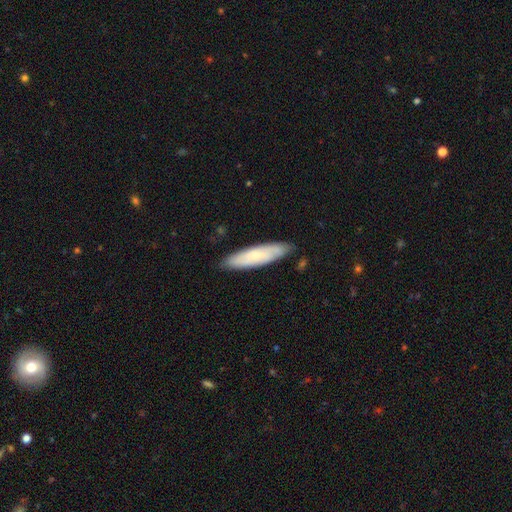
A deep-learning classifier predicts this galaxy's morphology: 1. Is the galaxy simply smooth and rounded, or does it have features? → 65% smooth, 29% featured or disk, 6% star or artifact.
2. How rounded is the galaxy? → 71% cigar-shaped, 28% in between, 1% round.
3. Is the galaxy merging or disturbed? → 84% none, 13% minor disturbance, 2% major disturbance, 1% merger.